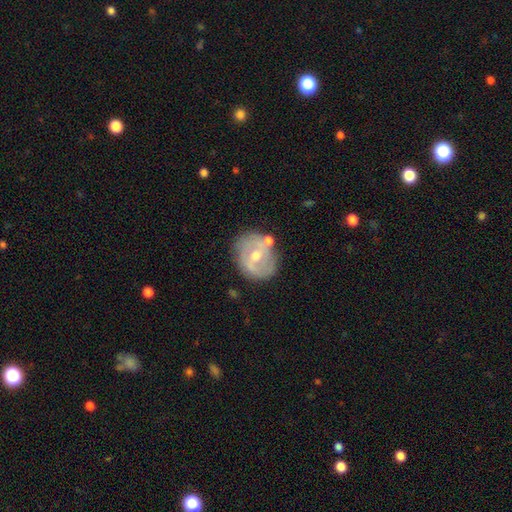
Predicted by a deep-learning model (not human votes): This is likely a featured or disk galaxy (65%). It is clearly not viewed edge-on (96%). Bar: marginally weak (44%). Spiral arm pattern: likely yes (63%). Central bulge: likely moderate (70%). Merging: likely none (69%).